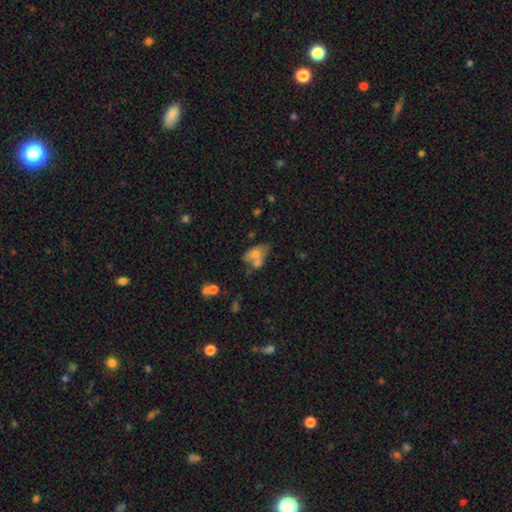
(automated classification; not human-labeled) This appears to be a smooth galaxy with no disk features (65%) that is in between round and cigar-shaped (84%). Merging: merger (45%).